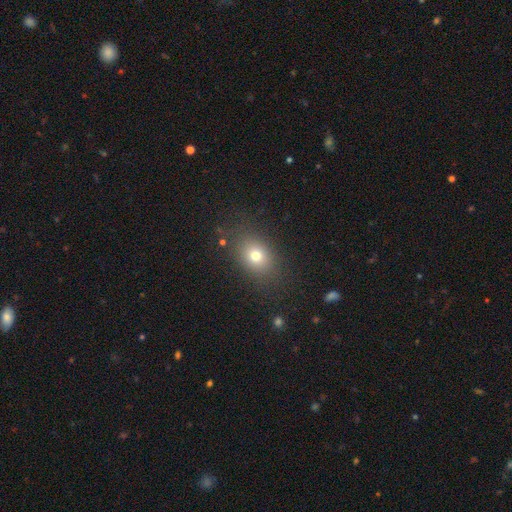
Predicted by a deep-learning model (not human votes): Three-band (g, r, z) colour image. It shows a smooth galaxy with no disk features (74%) that is in between round and cigar-shaped (60%). Merging: none (82%).